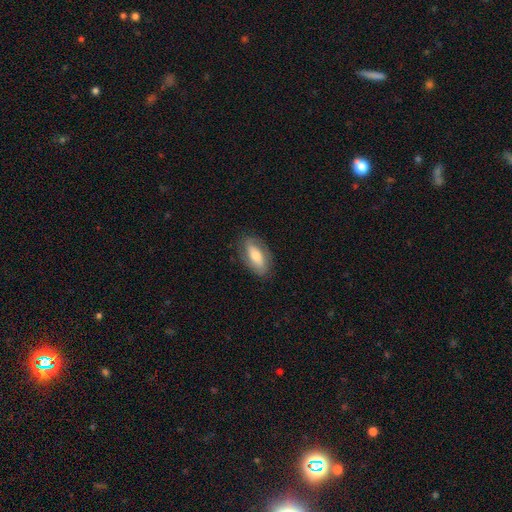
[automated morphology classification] Q: Smooth or featured?
A: smooth (50%); runner-up: featured or disk (43%)
Q: How rounded?
A: in between (83%); runner-up: cigar-shaped (12%)
Q: Merging?
A: none (80%); runner-up: minor disturbance (15%)